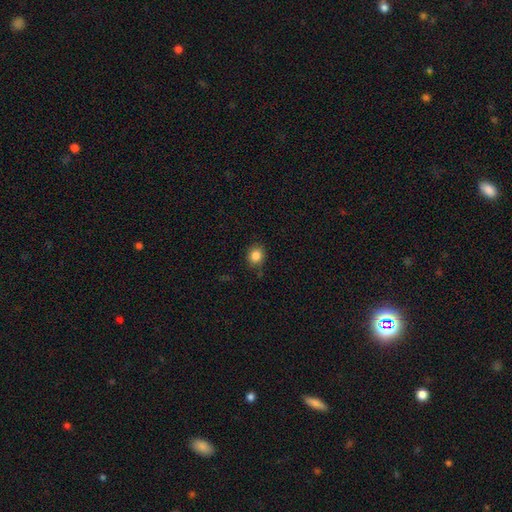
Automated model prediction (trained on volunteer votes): A smooth galaxy with no disk features (85%) that is round (75%). Merging: none (82%).